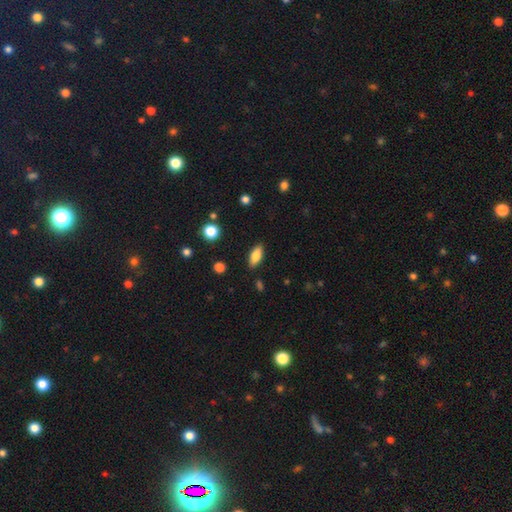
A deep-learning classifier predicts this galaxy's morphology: Smooth or featured? smooth (80%)
How rounded? in between (83%)
Merging? none (87%)